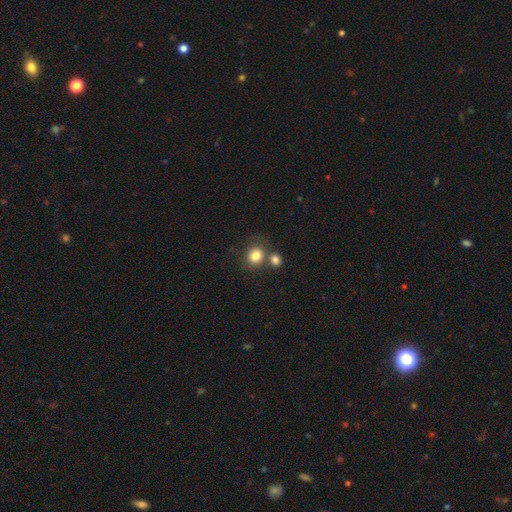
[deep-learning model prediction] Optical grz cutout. It shows a smooth galaxy with no disk features (82%) that is round (70%). Merging: none (56%).